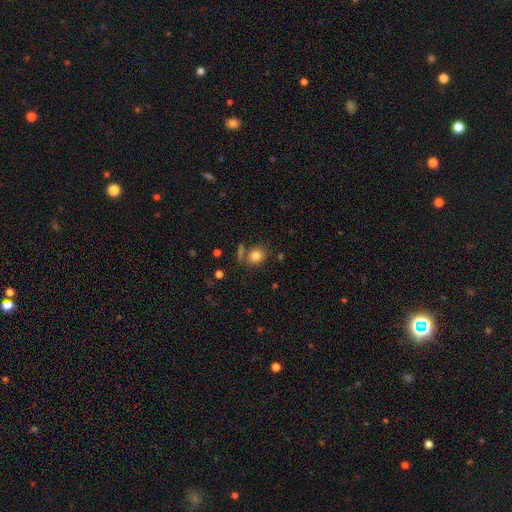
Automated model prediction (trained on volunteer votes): Morphology: type=smooth (81%); roundness=round (56%); merging=none (71%).